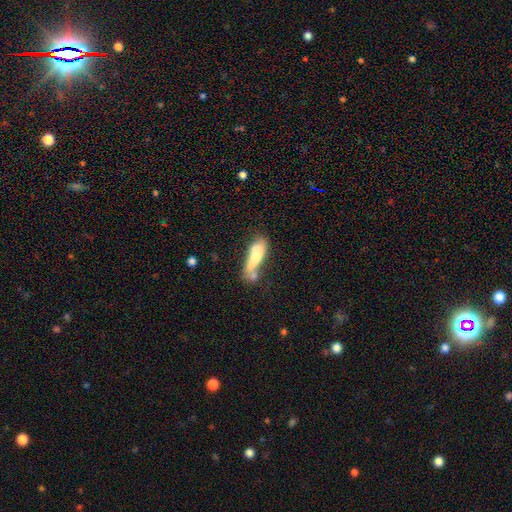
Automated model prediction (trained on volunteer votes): Smooth or featured?
  - smooth: 59% *
  - featured or disk: 34%
  - star or artifact: 7%
How rounded?
  - cigar-shaped: 56% *
  - in between: 41%
  - round: 3%
Merging?
  - none: 33% * (tied)
  - merger: 33% * (tied)
  - minor disturbance: 21%
  - major disturbance: 13%